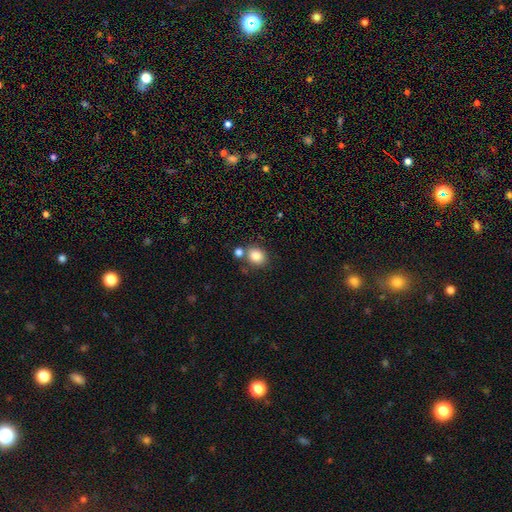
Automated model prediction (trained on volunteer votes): smooth-or-featured: smooth: 84% | star or artifact: 10% | featured or disk: 6%
  how-rounded: round: 68% | in between: 31% | cigar-shaped: 1%
  merging: none: 69% | merger: 18% | minor disturbance: 10% | major disturbance: 3%